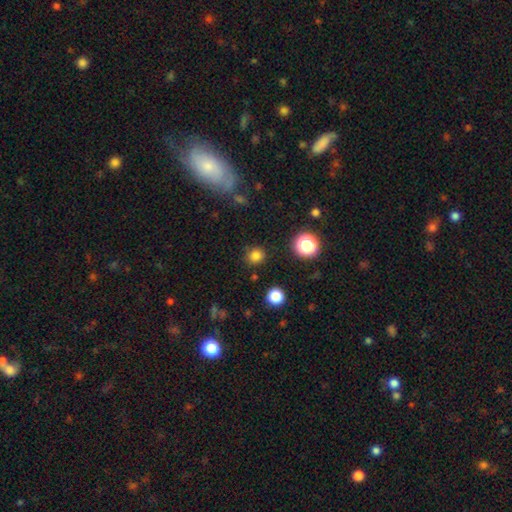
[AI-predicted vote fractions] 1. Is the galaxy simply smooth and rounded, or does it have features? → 80% smooth, 16% star or artifact, 4% featured or disk.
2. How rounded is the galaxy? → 89% round, 10% in between, 1% cigar-shaped.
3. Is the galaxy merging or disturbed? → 88% none, 7% minor disturbance, 3% major disturbance, 2% merger.